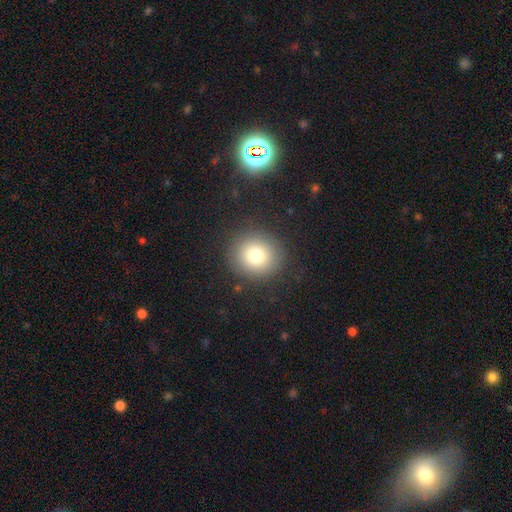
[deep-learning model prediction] Smooth or featured?
  - smooth: 76% *
  - star or artifact: 12%
  - featured or disk: 11%
How rounded?
  - round: 89% *
  - in between: 10%
  - cigar-shaped: 1%
Merging?
  - none: 87% *
  - minor disturbance: 8%
  - major disturbance: 4%
  - merger: 1%